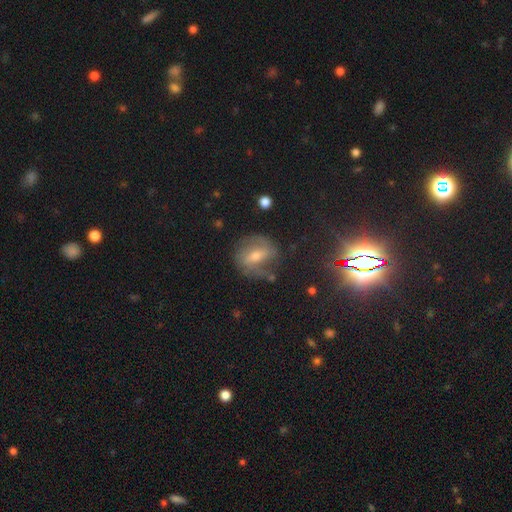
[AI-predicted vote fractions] Smooth or featured? Predicted: featured or disk (p=0.58). Edge-on disk? Predicted: no (p=0.90). Bar? Predicted: strong (p=0.42). Spiral arms? Predicted: yes (p=0.67). Bulge size? Predicted: moderate (p=0.56). Merging? Predicted: none (p=0.65).